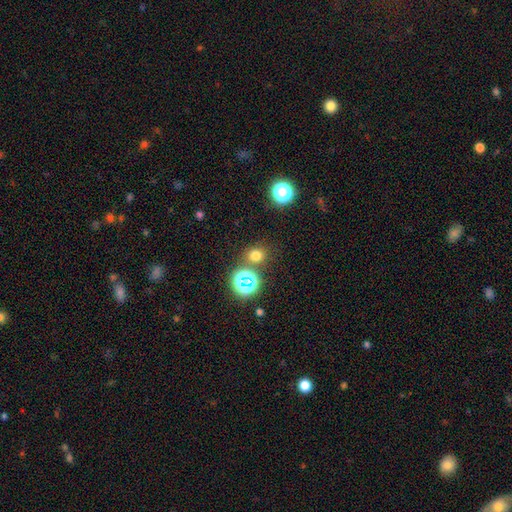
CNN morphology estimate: smooth 69%, star or artifact 25%, featured or disk 6%. Down the decision tree: how rounded — round (80%); merging — none (79%).